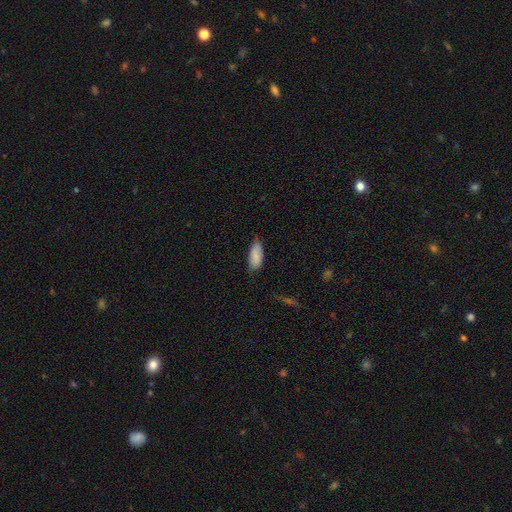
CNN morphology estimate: Smooth or featured: smooth — 85% (featured or disk — 8%)
How rounded: in between — 87% (cigar-shaped — 11%)
Merging: none — 64% (minor disturbance — 30%)